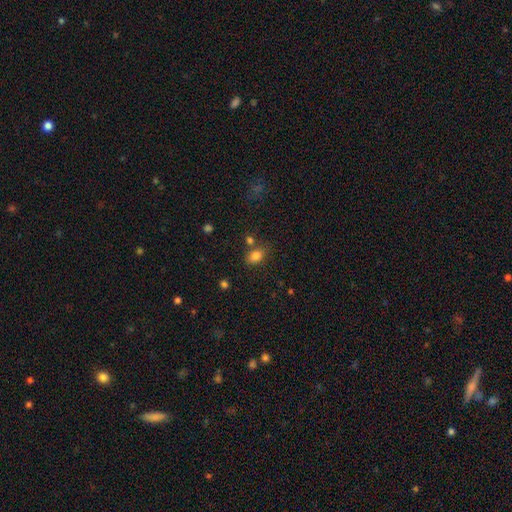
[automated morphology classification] Overall: smooth (82%). How rounded: in between (77%). Merging: none (70%).